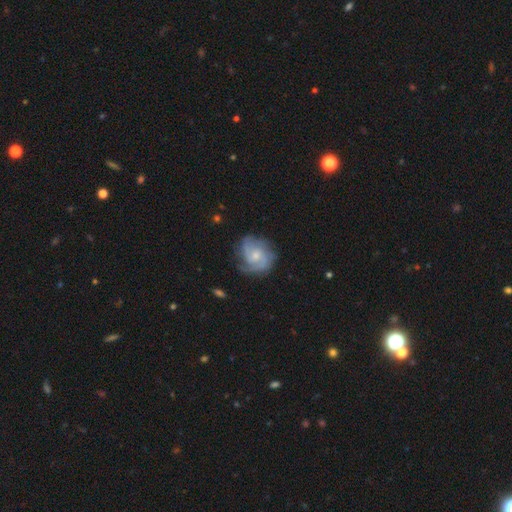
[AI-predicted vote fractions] A featured or disk galaxy (83%) with no bar (61%), 2 (46%) tight (45%) spiral arms (97%) and a small central bulge (55%). Merging: none (72%).